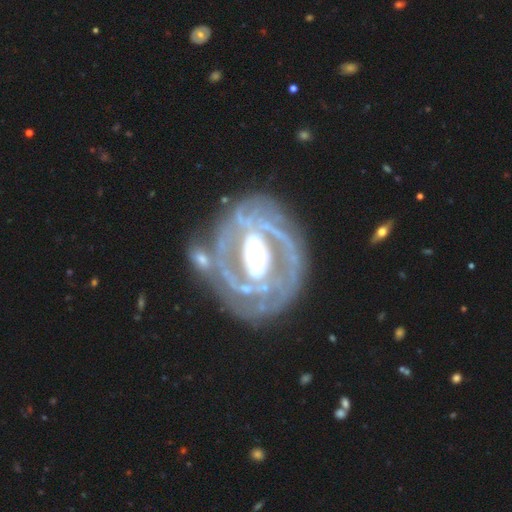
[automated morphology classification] A featured or disk galaxy (89%) with no bar (49%), 2 (45%) tight (66%) spiral arms (90%) and a moderate central bulge (61%). Merging: none (67%).